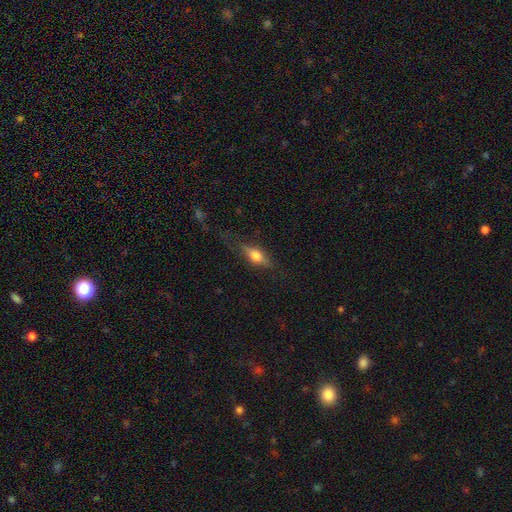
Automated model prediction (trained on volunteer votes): Smooth or featured?
  - smooth: 63% *
  - featured or disk: 30%
  - star or artifact: 8%
How rounded?
  - in between: 62% *
  - cigar-shaped: 32%
  - round: 5%
Merging?
  - none: 66% *
  - minor disturbance: 21%
  - major disturbance: 11%
  - merger: 2%